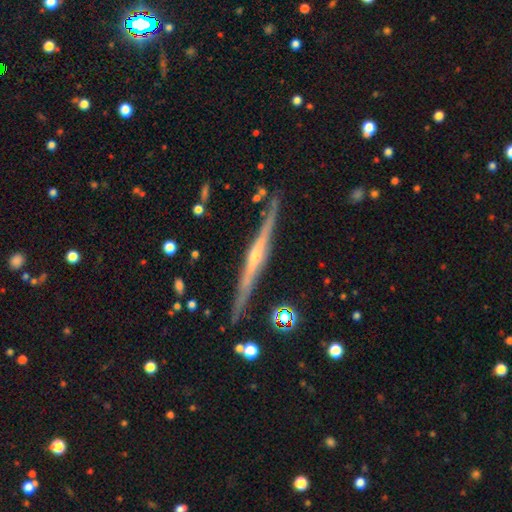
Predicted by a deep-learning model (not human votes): This appears to be a featured or disk galaxy (84%) viewed edge-on (98%) with a rounded central bulge (77%). Merging: none (86%).